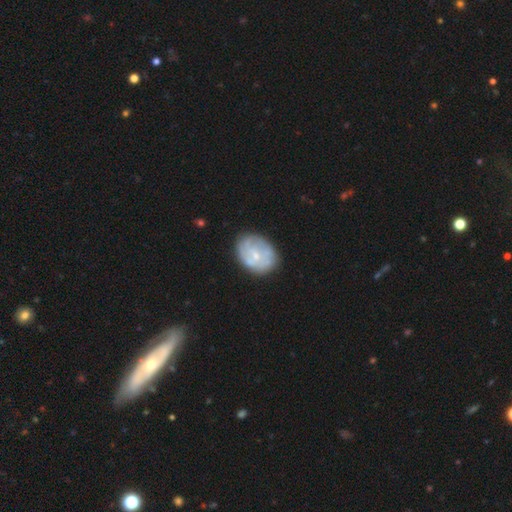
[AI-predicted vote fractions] Smooth or featured? Predicted: featured or disk (p=0.52). Edge-on disk? Predicted: no (p=0.97). Bar? Predicted: no (p=0.76). Spiral arms? Predicted: no (p=0.59). Bulge size? Predicted: small (p=0.65). Merging? Predicted: none (p=0.67).